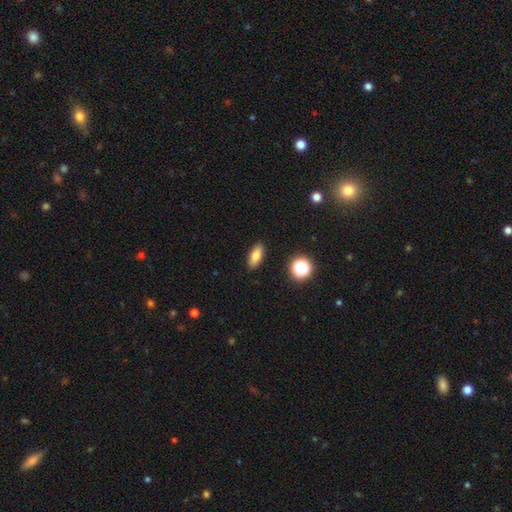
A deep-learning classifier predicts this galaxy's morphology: Smooth or featured?
  - smooth: 77% *
  - featured or disk: 13%
  - star or artifact: 10%
How rounded?
  - in between: 79% *
  - cigar-shaped: 15%
  - round: 6%
Merging?
  - none: 90% *
  - minor disturbance: 7%
  - major disturbance: 2%
  - merger: 1%